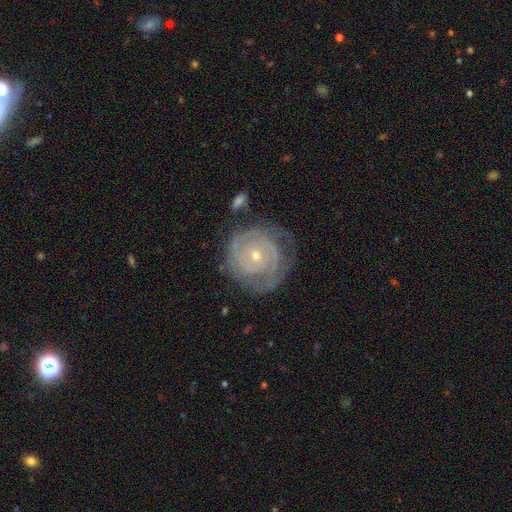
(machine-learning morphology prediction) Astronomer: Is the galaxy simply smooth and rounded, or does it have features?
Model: featured or disk — 87%.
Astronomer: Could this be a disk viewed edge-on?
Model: no — 97%.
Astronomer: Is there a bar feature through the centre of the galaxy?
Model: no — 75%.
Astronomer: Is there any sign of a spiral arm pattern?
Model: yes — 96%.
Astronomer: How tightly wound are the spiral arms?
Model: tight — 81%.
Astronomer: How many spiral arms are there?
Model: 2 — 40% (runner-up: can't tell, 24%).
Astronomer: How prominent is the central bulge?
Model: small — 63%.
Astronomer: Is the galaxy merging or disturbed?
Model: none — 72%.